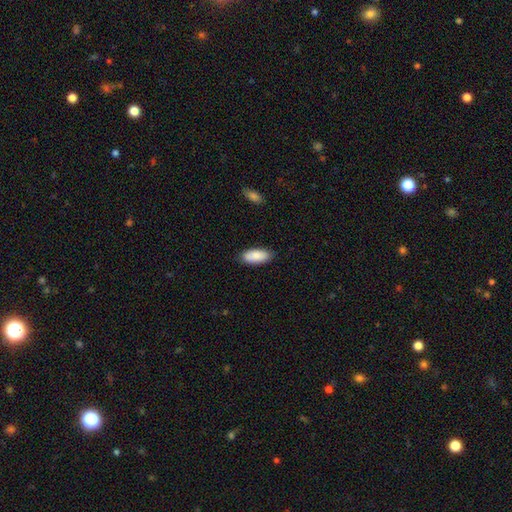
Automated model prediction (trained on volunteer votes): Smooth or featured? Predicted: smooth (p=0.86). How rounded? Predicted: in between (p=0.89). Merging? Predicted: none (p=0.85).